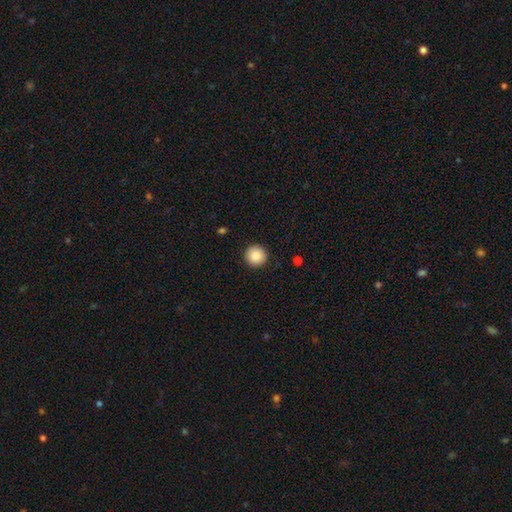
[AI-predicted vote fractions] Smooth or featured? smooth (89%)
How rounded? round (96%)
Merging? none (92%)